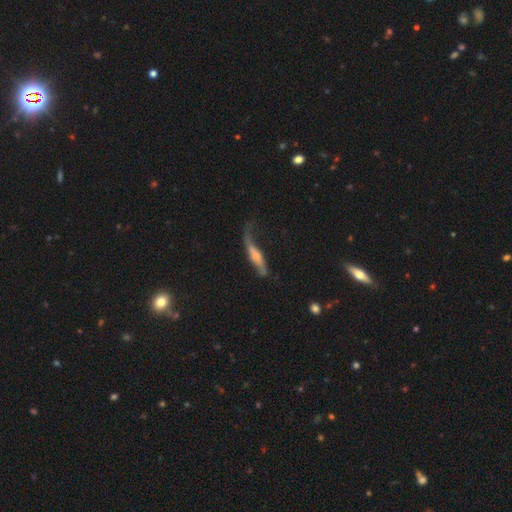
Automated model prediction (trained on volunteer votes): A featured or disk galaxy (50%) viewed edge-on (59%).

Vote fractions:
- Smooth or featured? featured or disk: 50% / smooth: 43% / star or artifact: 6%
- Edge-on disk? yes: 59% / no: 41%
- Merging? none: 37% / major disturbance: 31% / minor disturbance: 27% / merger: 5%